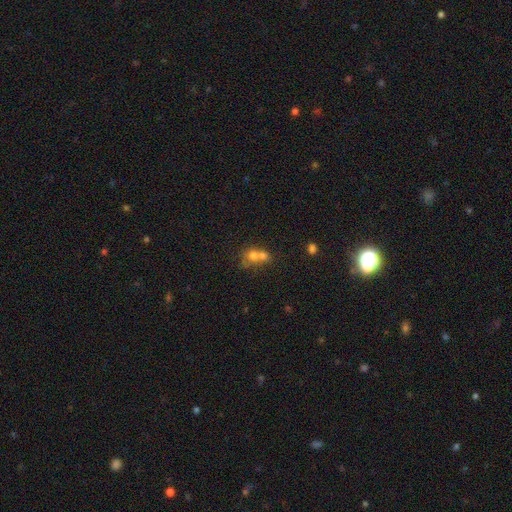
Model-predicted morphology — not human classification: Q: Smooth or featured?
A: smooth (67%); runner-up: featured or disk (20%)
Q: How rounded?
A: round (69%); runner-up: in between (30%)
Q: Merging?
A: merger (67%); runner-up: none (23%)